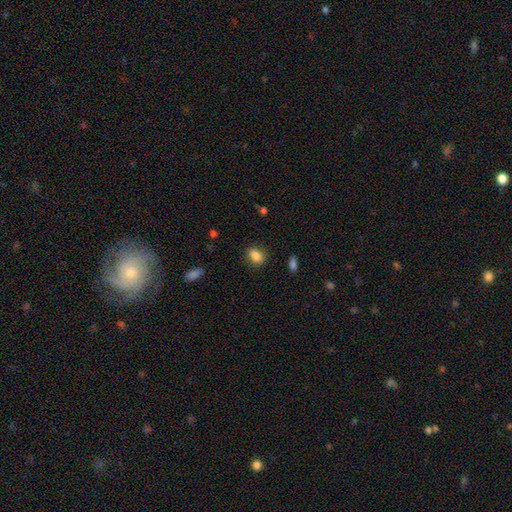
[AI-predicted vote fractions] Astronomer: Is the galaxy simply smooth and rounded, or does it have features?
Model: smooth — 86%.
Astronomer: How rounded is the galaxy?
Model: in between — 71%.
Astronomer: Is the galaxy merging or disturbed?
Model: none — 82%.